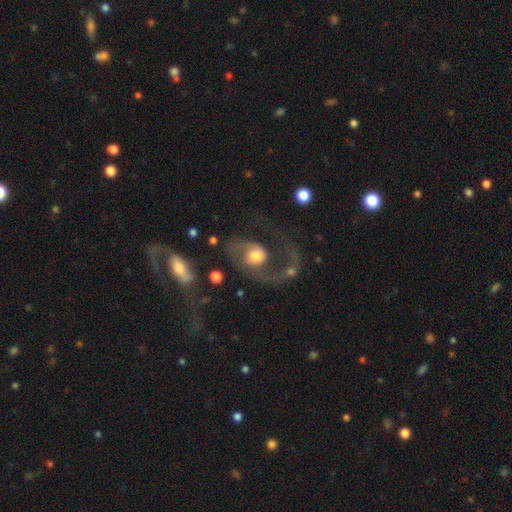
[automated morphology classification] A featured or disk galaxy (71%) with no bar (69%), 2 (52%) loose (49%) spiral arms (87%) and a moderate central bulge (60%). Merging: major disturbance (48%).